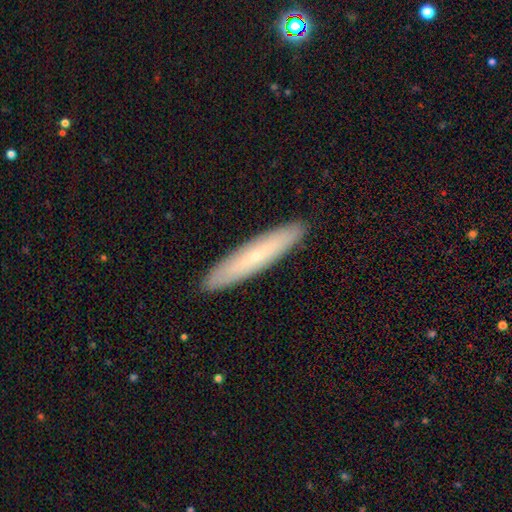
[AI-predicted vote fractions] Q: Smooth or featured?
A: smooth (56%); runner-up: featured or disk (37%)
Q: How rounded?
A: cigar-shaped (91%); runner-up: in between (8%)
Q: Merging?
A: none (92%); runner-up: minor disturbance (6%)